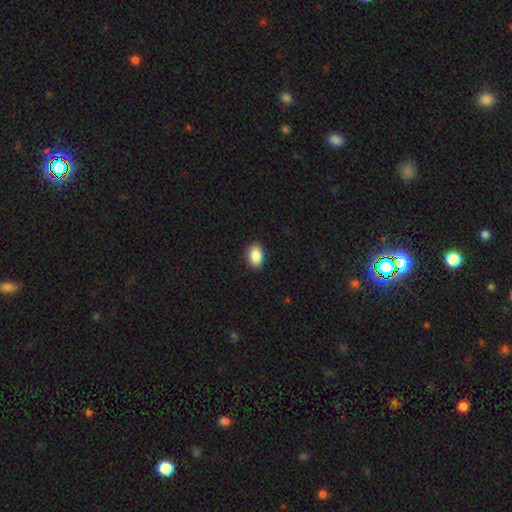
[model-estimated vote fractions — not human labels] smooth-or-featured: smooth: 88% | star or artifact: 7% | featured or disk: 4%
  how-rounded: in between: 87% | round: 12% | cigar-shaped: 1%
  merging: none: 89% | minor disturbance: 8% | major disturbance: 2% | merger: 1%